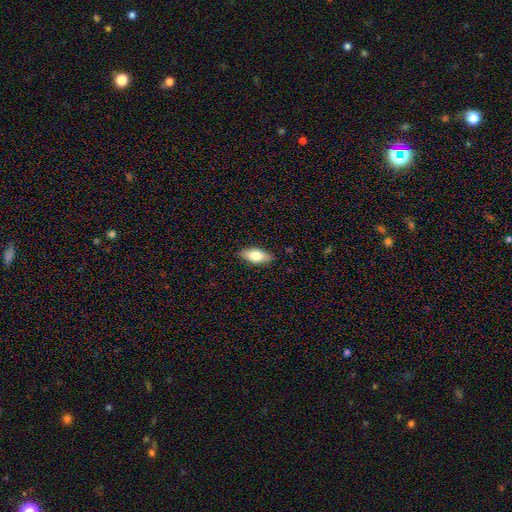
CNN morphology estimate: This is likely a smooth galaxy (75%). How rounded: clearly in between (85%). Merging: clearly none (87%).